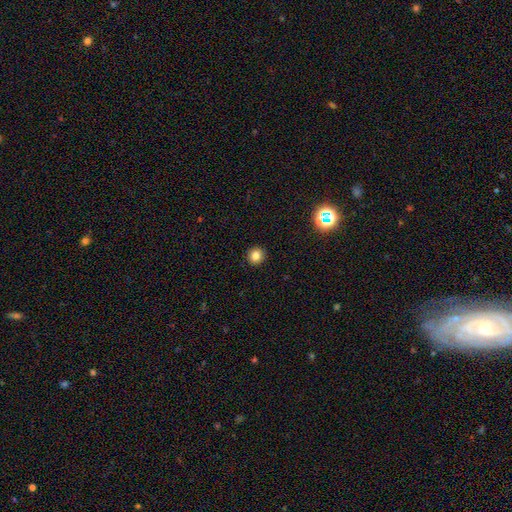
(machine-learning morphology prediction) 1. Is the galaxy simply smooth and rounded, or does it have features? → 81% smooth, 13% star or artifact, 6% featured or disk.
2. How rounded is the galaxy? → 91% round, 8% in between, 1% cigar-shaped.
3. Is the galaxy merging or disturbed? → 93% none, 5% minor disturbance, 2% major disturbance, 1% merger.